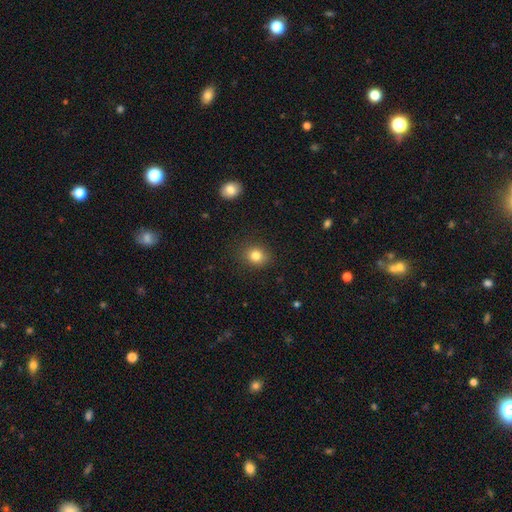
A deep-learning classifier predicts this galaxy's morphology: Q: Smooth or featured?
A: smooth (81%); runner-up: star or artifact (12%)
Q: How rounded?
A: round (66%); runner-up: in between (33%)
Q: Merging?
A: none (87%); runner-up: minor disturbance (9%)